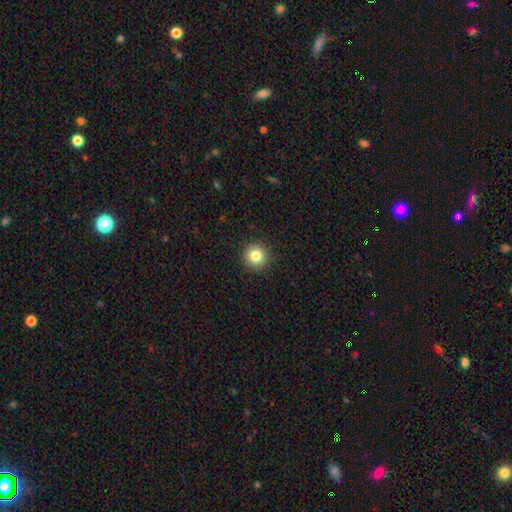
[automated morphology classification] type=smooth (83%); roundness=round (95%); merging=none (92%).